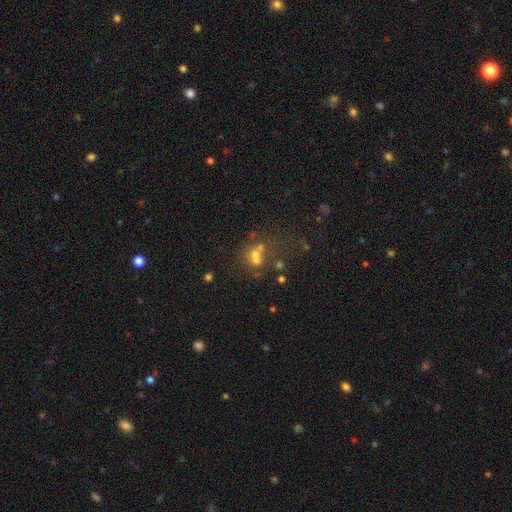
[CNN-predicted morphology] Q: Smooth or featured?
A: smooth (43%); runner-up: star or artifact (30%)
Q: Merging?
A: merger (45%); runner-up: none (36%)